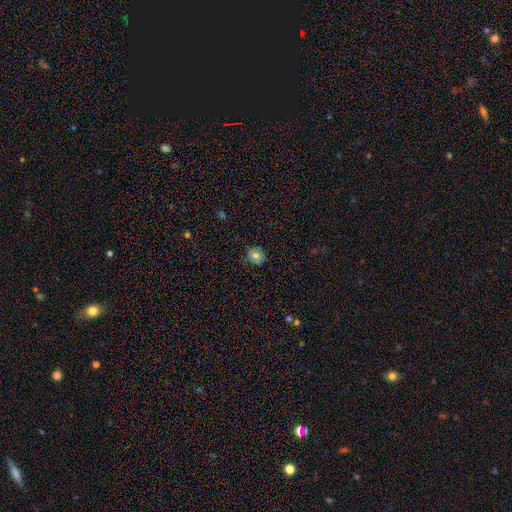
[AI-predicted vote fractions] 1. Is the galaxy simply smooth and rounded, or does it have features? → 72% smooth, 18% featured or disk, 10% star or artifact.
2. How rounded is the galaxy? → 82% round, 17% in between, 1% cigar-shaped.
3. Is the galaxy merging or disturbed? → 84% none, 13% minor disturbance, 3% major disturbance, 1% merger.